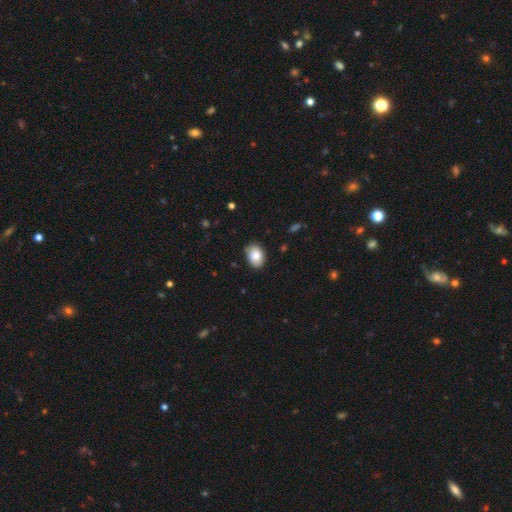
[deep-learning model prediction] smooth_or_featured: smooth (p=0.83) [alt: featured or disk p=0.10]
how_rounded: in between (p=0.82) [alt: round p=0.17]
merging: none (p=0.85) [alt: minor disturbance p=0.12]